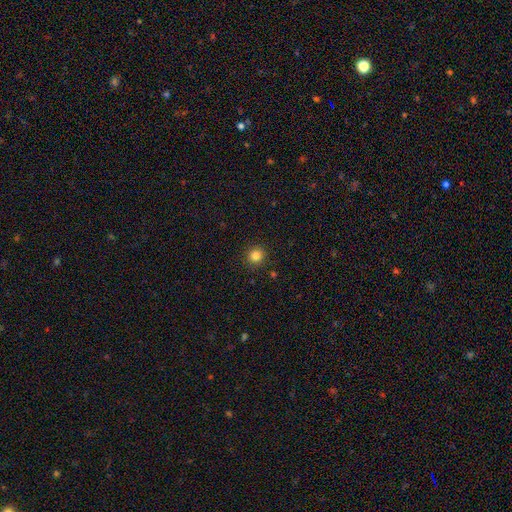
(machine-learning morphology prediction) Smooth or featured: smooth — 83% (star or artifact — 12%)
How rounded: round — 90% (in between — 9%)
Merging: none — 91% (minor disturbance — 6%)